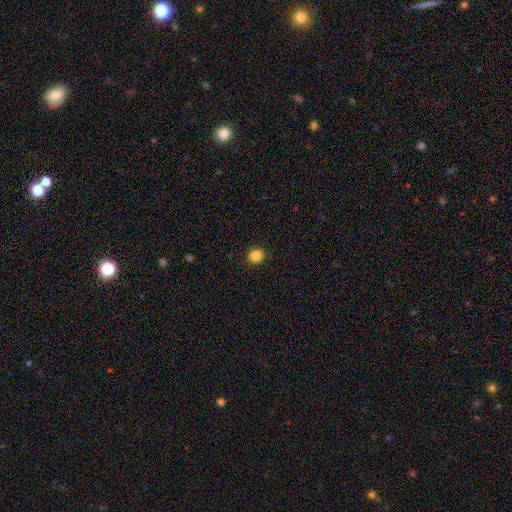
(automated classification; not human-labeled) Smooth or featured? Predicted: smooth (p=0.85). How rounded? Predicted: round (p=0.89). Merging? Predicted: none (p=0.92).